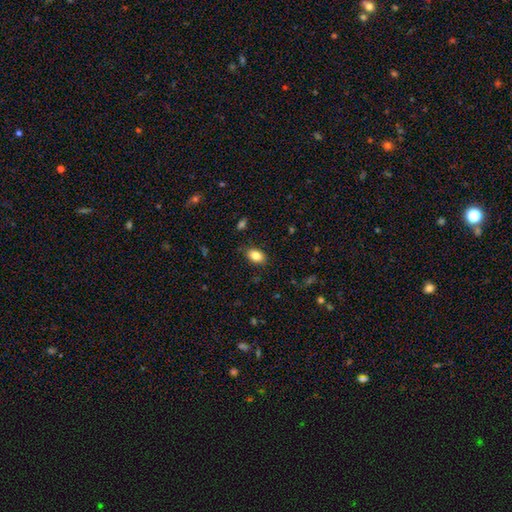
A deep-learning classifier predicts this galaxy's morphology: Smooth or featured? smooth (84%)
How rounded? in between (87%)
Merging? none (86%)